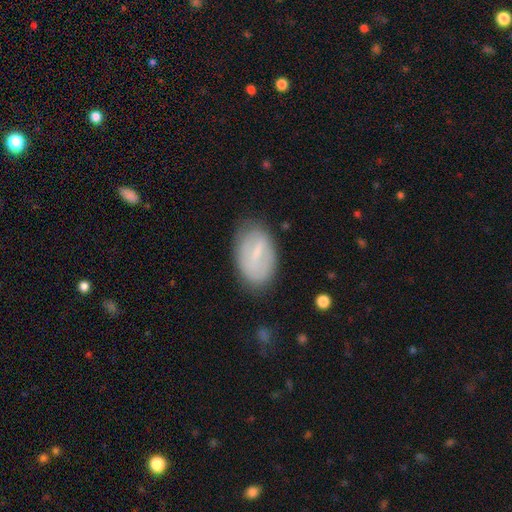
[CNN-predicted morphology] Overall: featured or disk (46%, tied with smooth). Merging: none (76%).